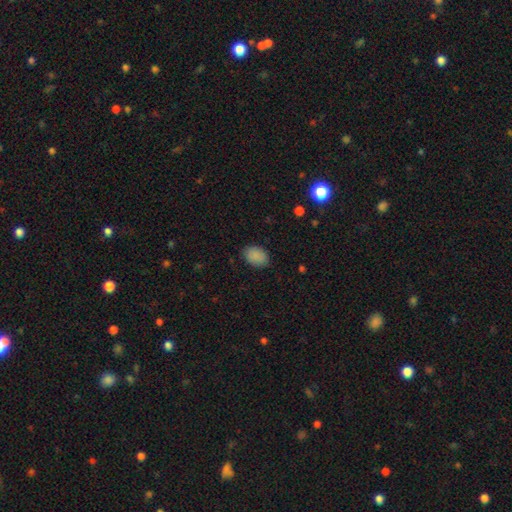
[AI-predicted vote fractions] This appears to be a smooth galaxy with no disk features (88%) that is in between round and cigar-shaped (81%). Merging: none (84%).